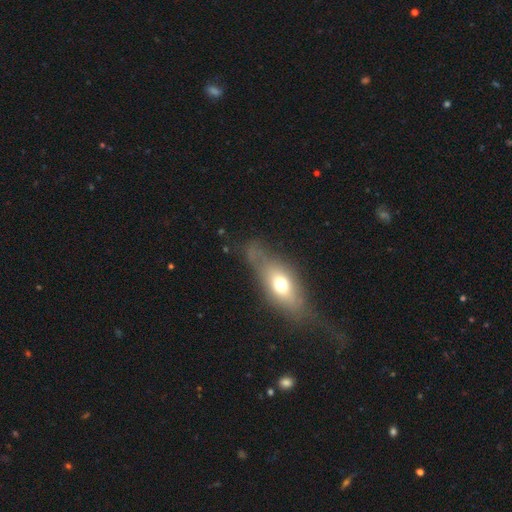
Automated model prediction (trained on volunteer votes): A featured or disk galaxy (45%). Merging: none (43%).